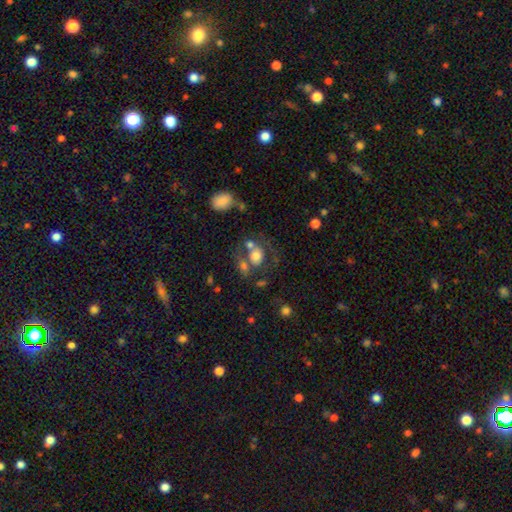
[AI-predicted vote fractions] Overall: smooth (65%). How rounded: round (50%; in between 49%). Merging: none (41%; merger 31%).